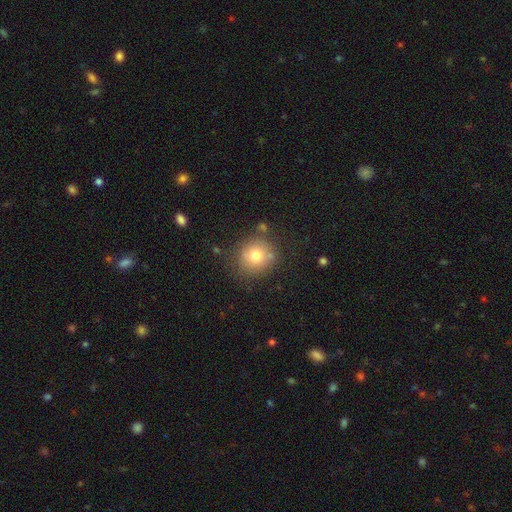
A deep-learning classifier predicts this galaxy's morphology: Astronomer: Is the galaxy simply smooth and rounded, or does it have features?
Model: smooth — 75%.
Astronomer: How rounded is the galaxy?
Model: round — 89%.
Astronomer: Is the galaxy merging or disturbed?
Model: none — 78%.